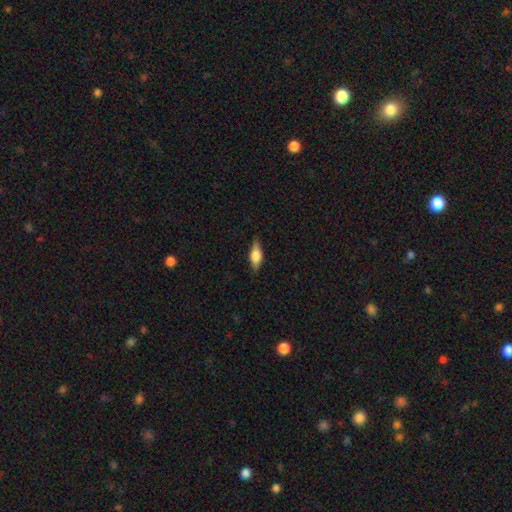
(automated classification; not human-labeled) Overall: smooth (50%; featured or disk 43%). How rounded: in between (65%; cigar-shaped 31%). Merging: none (85%).